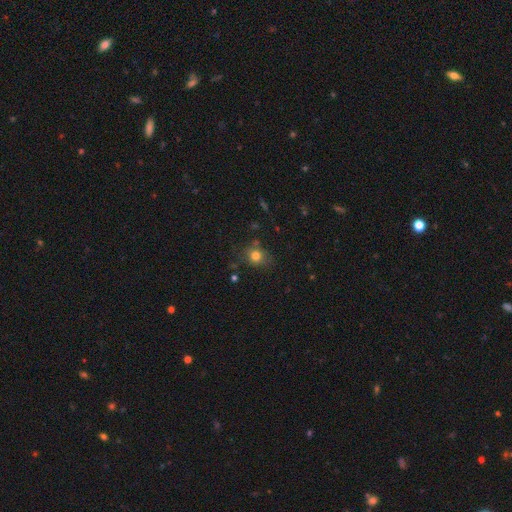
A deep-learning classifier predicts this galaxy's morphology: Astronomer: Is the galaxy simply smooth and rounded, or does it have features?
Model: smooth — 78%.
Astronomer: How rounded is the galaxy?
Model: round — 70%.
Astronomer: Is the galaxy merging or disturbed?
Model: none — 73%.